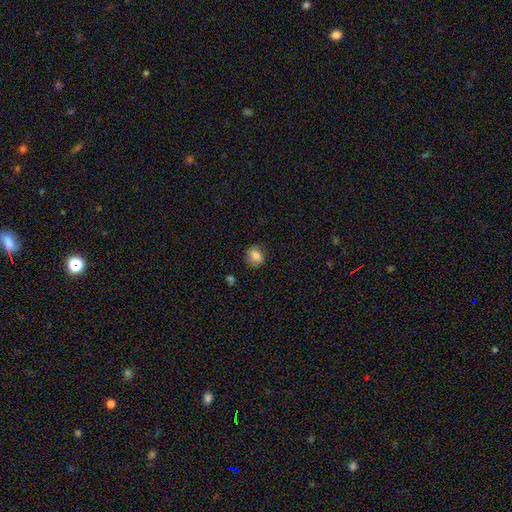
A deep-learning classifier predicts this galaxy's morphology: This is clearly a smooth galaxy (82%). How rounded: likely round (67%). Merging: clearly none (86%).